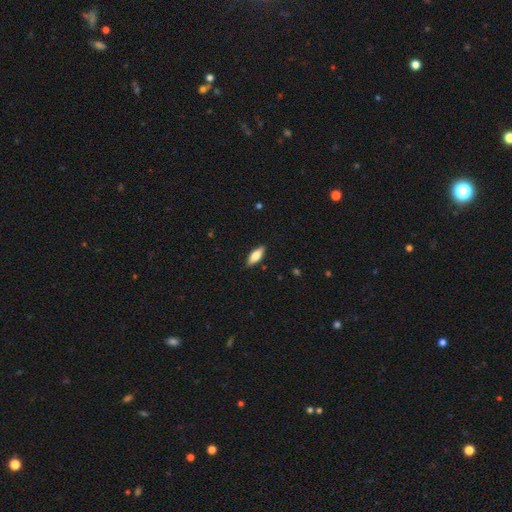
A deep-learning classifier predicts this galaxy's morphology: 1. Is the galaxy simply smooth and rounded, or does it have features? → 75% smooth, 19% featured or disk, 6% star or artifact.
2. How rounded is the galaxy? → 72% in between, 26% cigar-shaped, 2% round.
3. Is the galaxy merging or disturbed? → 88% none, 9% minor disturbance, 2% major disturbance, 1% merger.